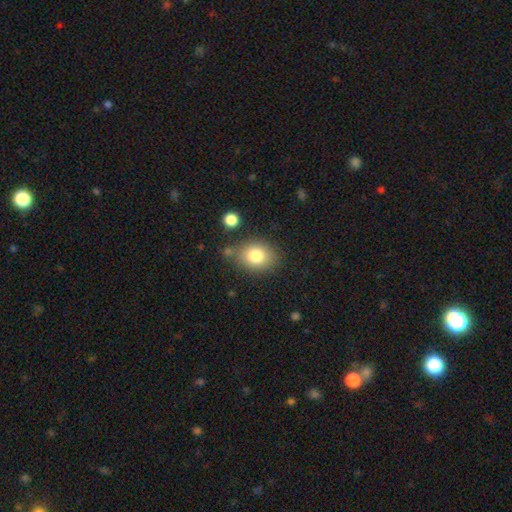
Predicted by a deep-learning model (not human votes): Q: Smooth or featured?
A: smooth (81%); runner-up: featured or disk (9%)
Q: How rounded?
A: in between (54%); runner-up: round (44%)
Q: Merging?
A: none (72%); runner-up: minor disturbance (16%)